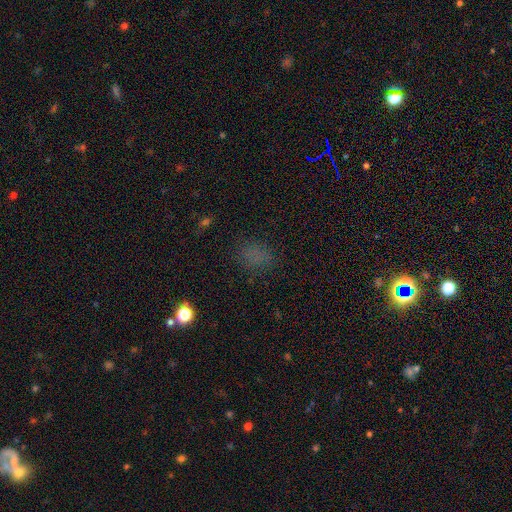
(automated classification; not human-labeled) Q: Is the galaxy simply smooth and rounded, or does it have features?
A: smooth — 68%.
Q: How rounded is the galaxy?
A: in between — 51%.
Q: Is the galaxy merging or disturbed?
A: none — 79%.